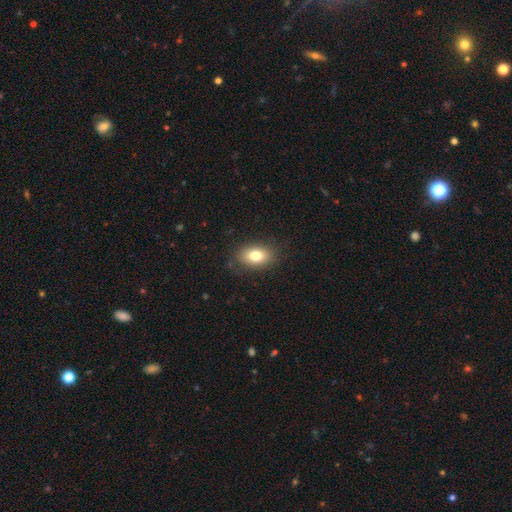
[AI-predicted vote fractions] This appears to be a smooth galaxy with no disk features (79%) that is in between round and cigar-shaped (84%). Merging: none (83%).